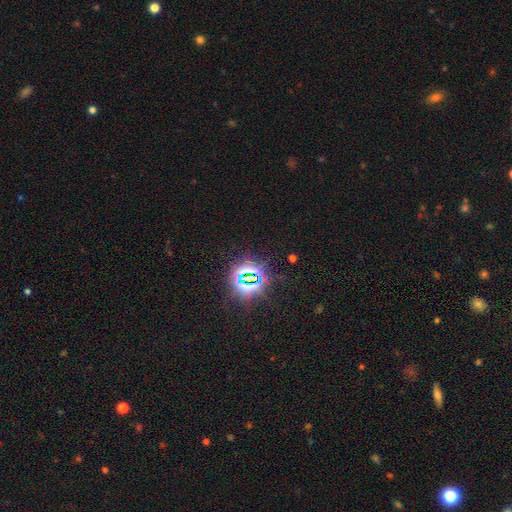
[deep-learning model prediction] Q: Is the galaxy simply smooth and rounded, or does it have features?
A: star or artifact — 81%.